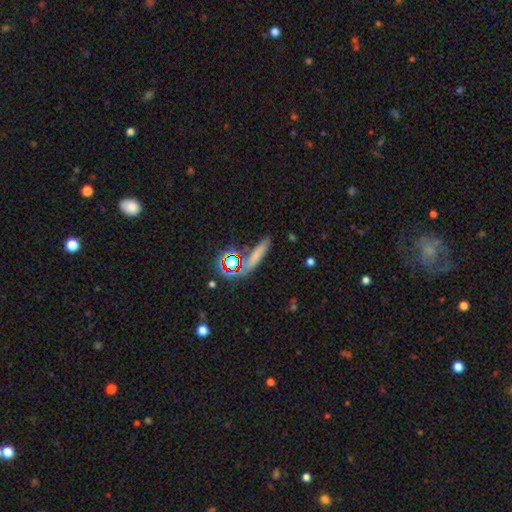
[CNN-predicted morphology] Overall: smooth (64%). How rounded: cigar-shaped (78%). Merging: none (76%).